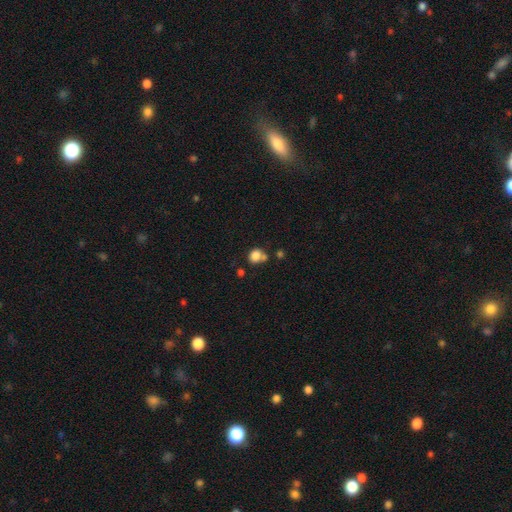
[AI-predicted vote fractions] smooth_or_featured: smooth (p=0.82) [alt: star or artifact p=0.11]
how_rounded: round (p=0.67) [alt: in between p=0.32]
merging: none (p=0.48) [alt: merger p=0.27]